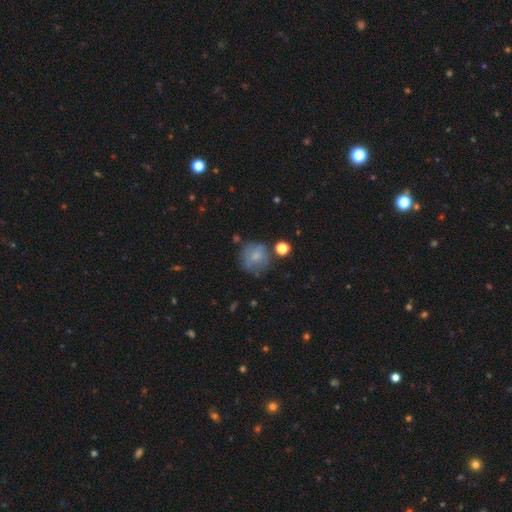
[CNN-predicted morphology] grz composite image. It shows a smooth galaxy with no disk features (62%) that is round (88%). Merging: none (61%).